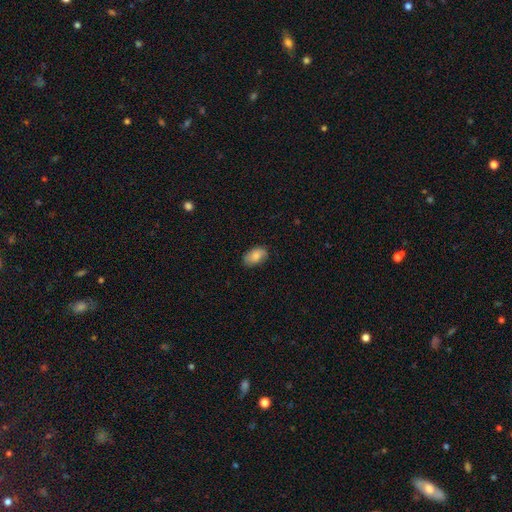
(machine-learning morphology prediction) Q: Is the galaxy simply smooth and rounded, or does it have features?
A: smooth — 80%.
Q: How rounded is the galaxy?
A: in between — 92%.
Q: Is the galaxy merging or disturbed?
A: none — 80%.